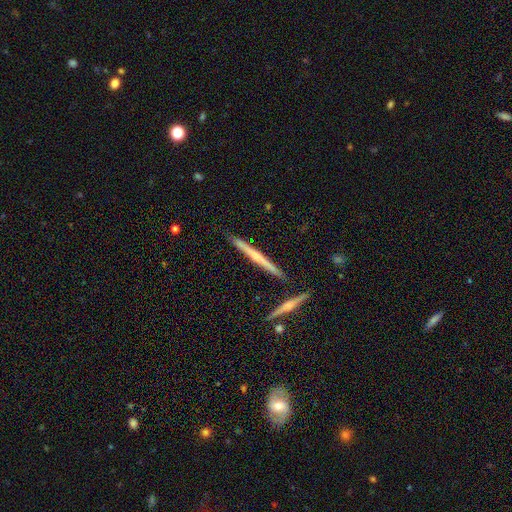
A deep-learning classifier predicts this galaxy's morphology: A featured or disk galaxy (61%) viewed edge-on (98%) with no central bulge (57%).

Vote fractions:
- Smooth or featured? featured or disk: 61% / smooth: 33% / star or artifact: 6%
- Edge-on disk? yes: 98% / no: 2%
- Edge-on bulge? none: 57% / rounded: 37% / boxy: 7%
- Merging? none: 87% / minor disturbance: 7% / merger: 4% / major disturbance: 1%